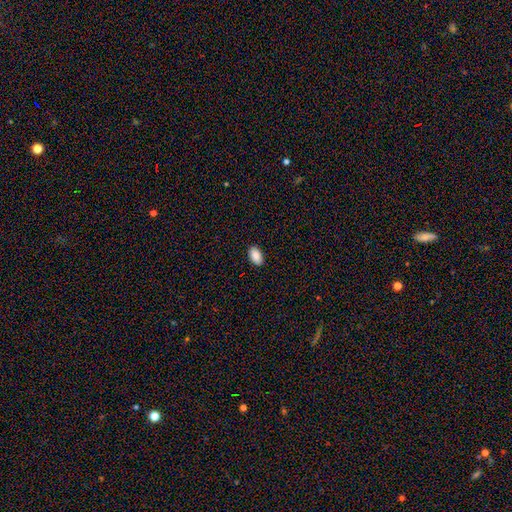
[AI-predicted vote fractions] Morphology: type=smooth (88%); roundness=in between (94%); merging=none (89%).